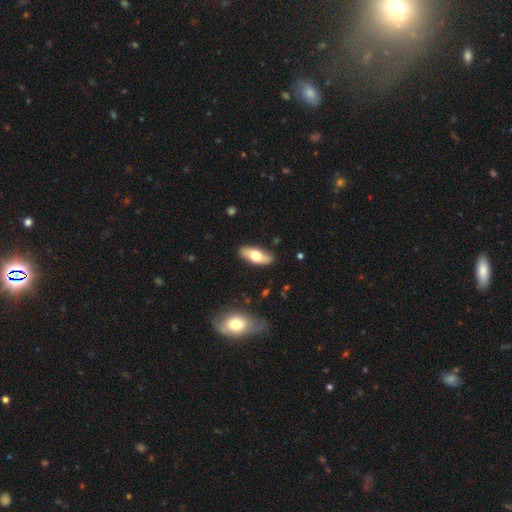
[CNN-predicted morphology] Smooth or featured? smooth (64%)
How rounded? in between (75%)
Merging? none (87%)